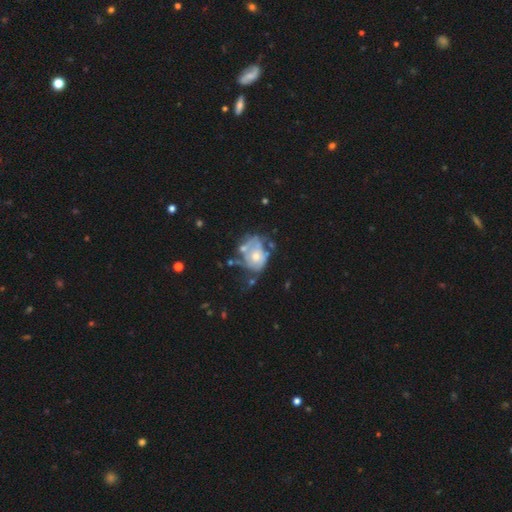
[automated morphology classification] Smooth or featured: featured or disk — 61% (smooth — 32%)
Edge-on disk: no — 97% (yes — 3%)
Bar: no — 86% (weak — 11%)
Spiral arms: no — 61% (yes — 39%)
Bulge size: moderate — 60% (small — 32%)
Merging: none — 31% (minor disturbance — 26%)